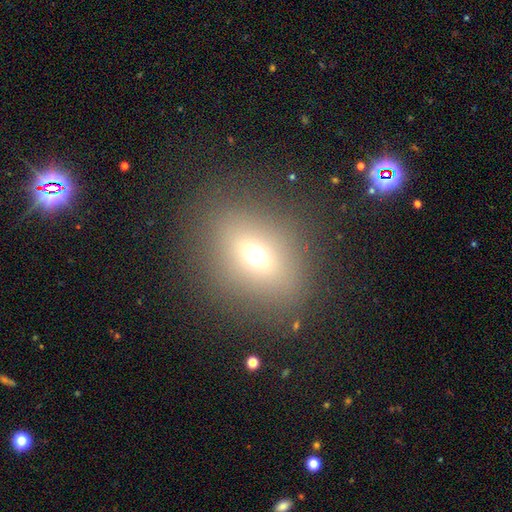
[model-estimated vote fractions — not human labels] smooth 62%, star or artifact 22%, featured or disk 17%. Down the decision tree: how rounded — in between (53%); merging — none (83%).